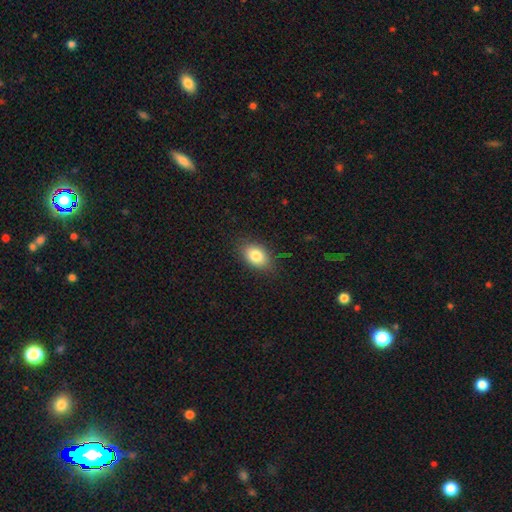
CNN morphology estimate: A smooth galaxy with no disk features (83%) that is in between round and cigar-shaped (81%).

Vote fractions:
- Smooth or featured? smooth: 83% / star or artifact: 9% / featured or disk: 9%
- How rounded? in between: 81% / round: 17% / cigar-shaped: 2%
- Merging? none: 82% / minor disturbance: 14% / major disturbance: 3% / merger: 1%